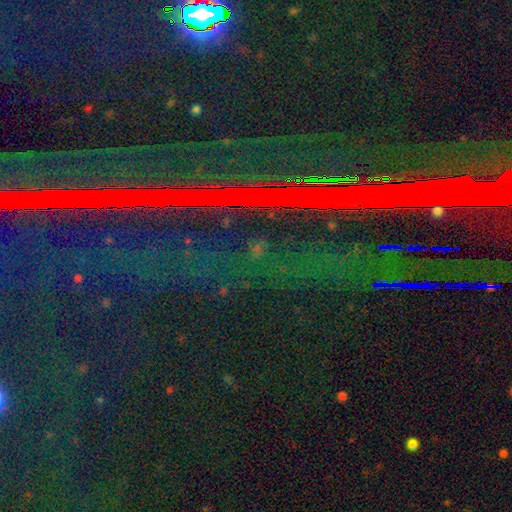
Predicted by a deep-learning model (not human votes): Overall: star or artifact (87%).